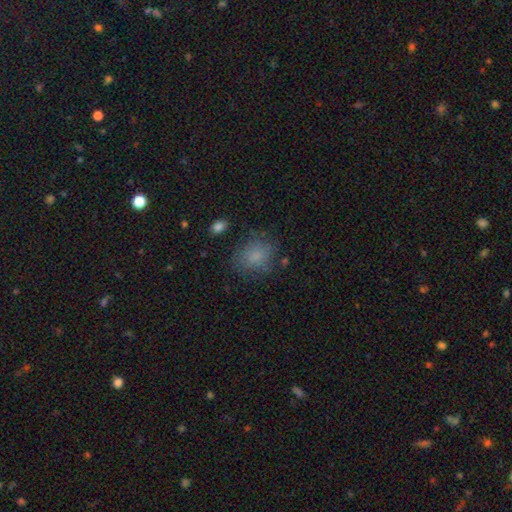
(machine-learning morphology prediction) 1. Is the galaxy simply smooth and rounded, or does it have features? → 78% smooth, 12% star or artifact, 10% featured or disk.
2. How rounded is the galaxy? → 50% in between, 49% round, 1% cigar-shaped.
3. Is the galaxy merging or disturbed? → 70% none, 19% minor disturbance, 9% major disturbance, 3% merger.